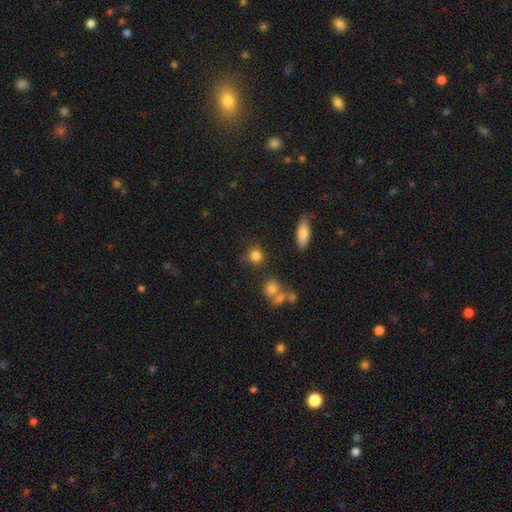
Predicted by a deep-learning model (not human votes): Smooth or featured?
  - smooth: 82% *
  - star or artifact: 11%
  - featured or disk: 7%
How rounded?
  - round: 82% *
  - in between: 16%
  - cigar-shaped: 2%
Merging?
  - none: 70% *
  - minor disturbance: 16%
  - merger: 8%
  - major disturbance: 6%